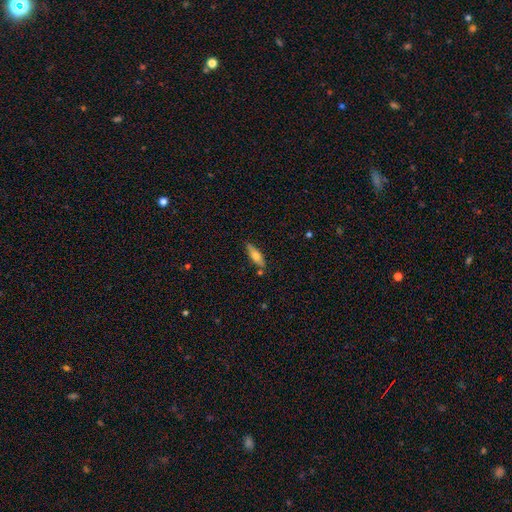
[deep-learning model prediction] A smooth galaxy with no disk features (63%) that is cigar-shaped (55%).

Vote fractions:
- Smooth or featured? smooth: 63% / featured or disk: 31% / star or artifact: 6%
- How rounded? cigar-shaped: 55% / in between: 43% / round: 2%
- Merging? none: 81% / minor disturbance: 12% / merger: 4% / major disturbance: 2%